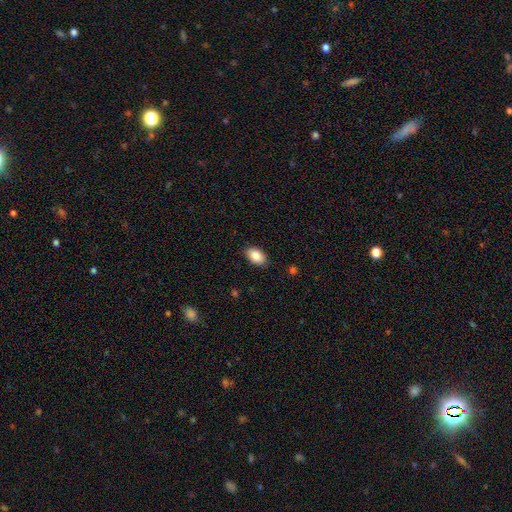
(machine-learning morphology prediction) A smooth galaxy with no disk features (87%) that is in between round and cigar-shaped (92%).

Vote fractions:
- Smooth or featured? smooth: 87% / star or artifact: 7% / featured or disk: 6%
- How rounded? in between: 92% / round: 6% / cigar-shaped: 1%
- Merging? none: 87% / minor disturbance: 10% / major disturbance: 2% / merger: 1%